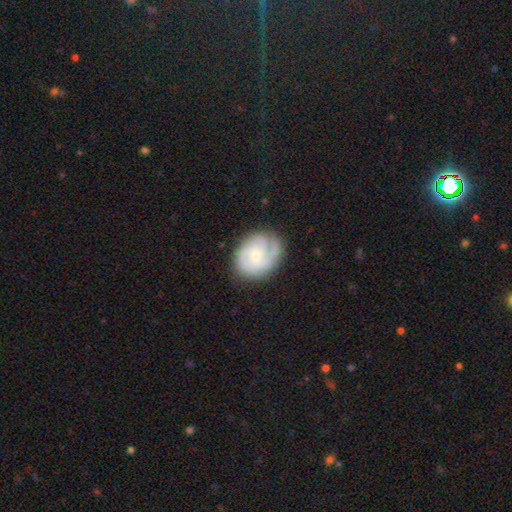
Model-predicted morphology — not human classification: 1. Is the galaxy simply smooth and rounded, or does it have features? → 81% featured or disk, 14% smooth, 6% star or artifact.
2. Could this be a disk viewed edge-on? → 98% no, 2% yes.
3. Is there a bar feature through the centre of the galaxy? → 69% no, 27% weak, 4% strong.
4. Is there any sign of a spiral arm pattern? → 97% yes, 3% no.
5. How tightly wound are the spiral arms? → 62% tight, 31% medium, 7% loose.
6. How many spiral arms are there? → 35% 3, 33% 2, 16% can't tell, 7% 1, 6% 4, 4% more than 4.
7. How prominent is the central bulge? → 68% small, 27% moderate, 3% none, 1% large, 1% dominant.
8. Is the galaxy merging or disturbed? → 74% none, 18% minor disturbance, 6% major disturbance, 1% merger.